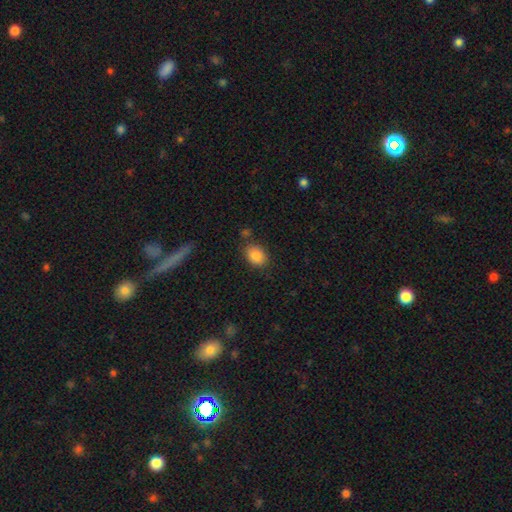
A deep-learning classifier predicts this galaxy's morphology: type=smooth (85%); roundness=in between (67%); merging=none (78%).